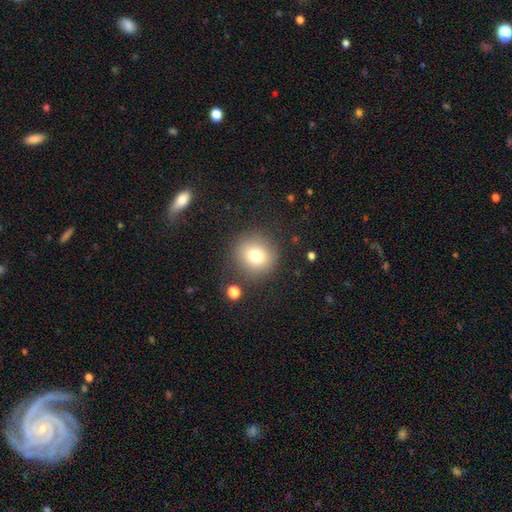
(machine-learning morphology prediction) Smooth or featured? smooth (76%)
How rounded? round (93%)
Merging? none (84%)